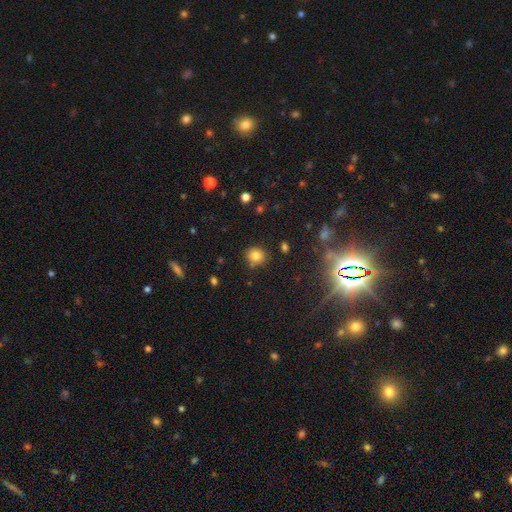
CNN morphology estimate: smooth-or-featured: smooth: 79% | star or artifact: 13% | featured or disk: 8%
  how-rounded: round: 81% | in between: 18% | cigar-shaped: 1%
  merging: none: 81% | minor disturbance: 12% | merger: 4% | major disturbance: 3%